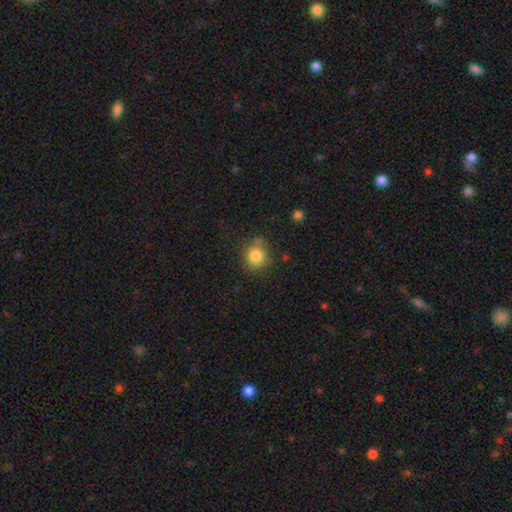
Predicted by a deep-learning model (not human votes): A smooth galaxy with no disk features (83%) that is round (82%). Merging: none (74%).